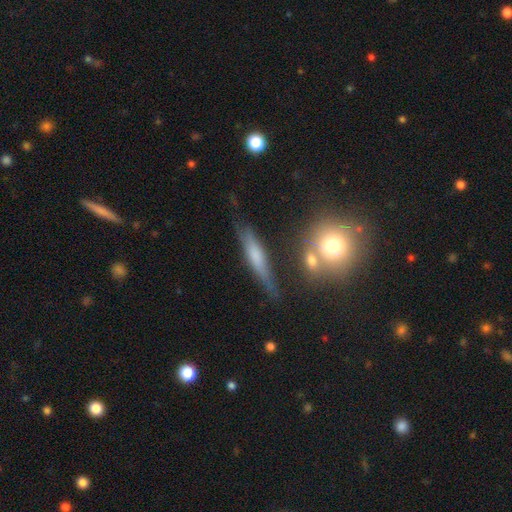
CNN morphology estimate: Smooth or featured? Predicted: featured or disk (p=0.46). Merging? Predicted: none (p=0.69).